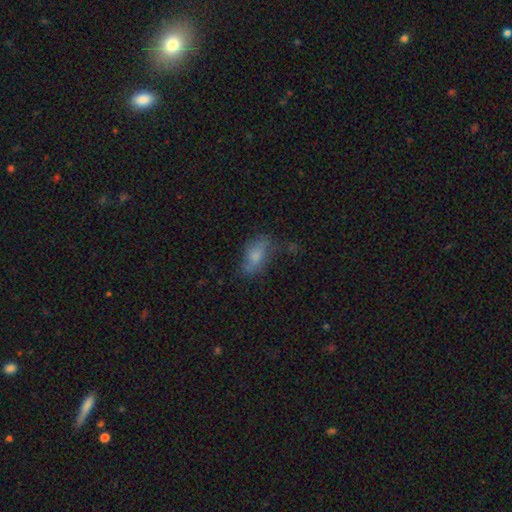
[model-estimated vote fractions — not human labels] smooth 71%, featured or disk 19%, star or artifact 10%. Down the decision tree: how rounded — in between (86%); merging — none (52%).